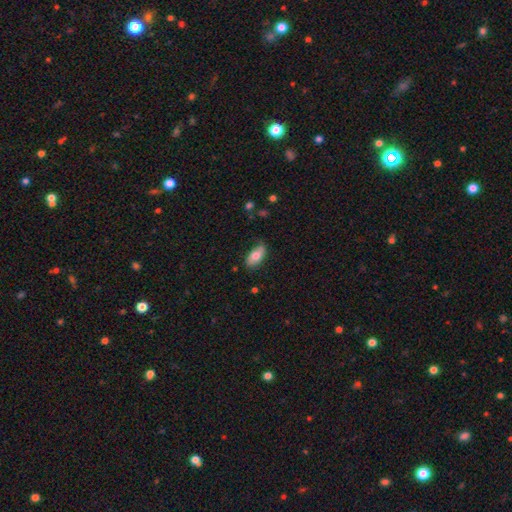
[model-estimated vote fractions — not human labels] A smooth galaxy with no disk features (71%) that is in between round and cigar-shaped (89%).

Vote fractions:
- Smooth or featured? smooth: 71% / featured or disk: 23% / star or artifact: 6%
- How rounded? in between: 89% / cigar-shaped: 8% / round: 3%
- Merging? none: 74% / minor disturbance: 21% / major disturbance: 4% / merger: 1%